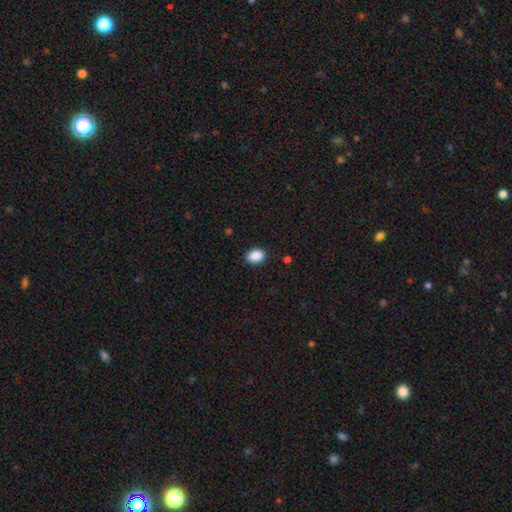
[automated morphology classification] Smooth or featured? Predicted: smooth (p=0.90). How rounded? Predicted: in between (p=0.74). Merging? Predicted: none (p=0.89).